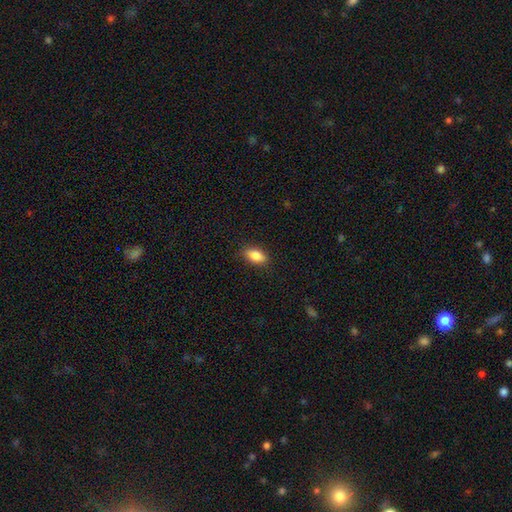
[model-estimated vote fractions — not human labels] smooth_or_featured: smooth (p=0.84) [alt: featured or disk p=0.08]
how_rounded: in between (p=0.88) [alt: cigar-shaped p=0.07]
merging: none (p=0.87) [alt: minor disturbance p=0.09]